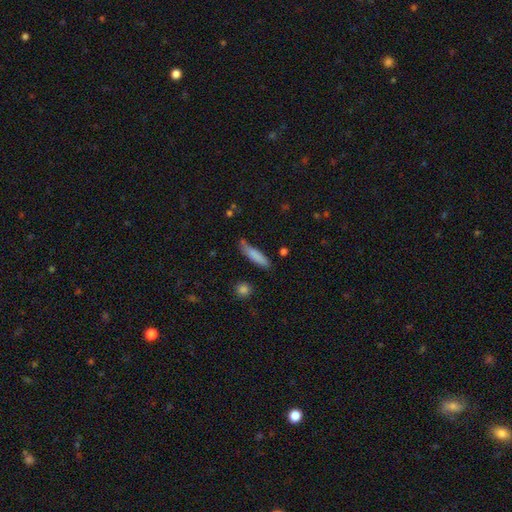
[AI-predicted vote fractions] smooth 80%, featured or disk 13%, star or artifact 7%. Down the decision tree: how rounded — cigar-shaped (78%); merging — none (64%).